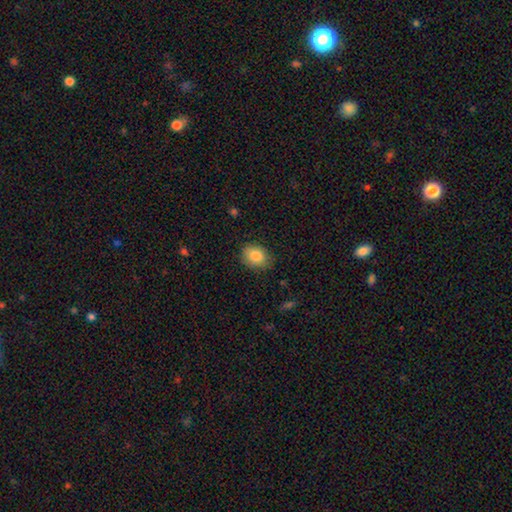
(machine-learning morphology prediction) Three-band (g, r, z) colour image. It shows a smooth galaxy with no disk features (85%) that is in between round and cigar-shaped (60%). Merging: none (83%).